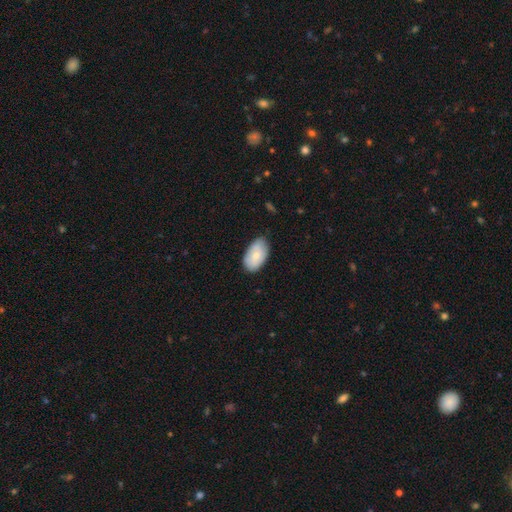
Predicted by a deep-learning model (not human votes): smooth-or-featured: smooth: 74% | featured or disk: 20% | star or artifact: 6%
  how-rounded: in between: 94% | round: 4% | cigar-shaped: 1%
  merging: none: 78% | minor disturbance: 18% | major disturbance: 3% | merger: 1%